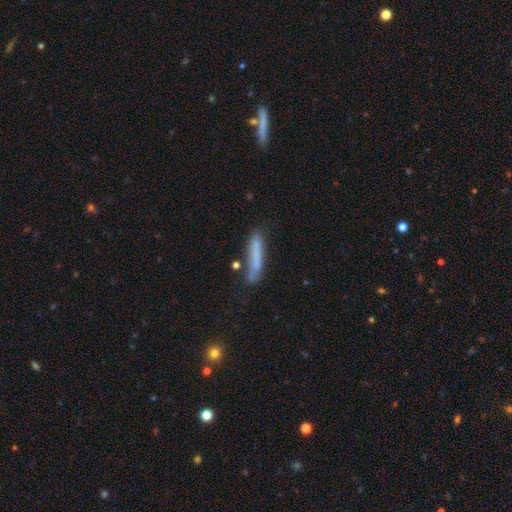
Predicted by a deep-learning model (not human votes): Q: Smooth or featured?
A: smooth (69%); runner-up: featured or disk (23%)
Q: How rounded?
A: cigar-shaped (91%); runner-up: in between (7%)
Q: Merging?
A: none (68%); runner-up: minor disturbance (20%)